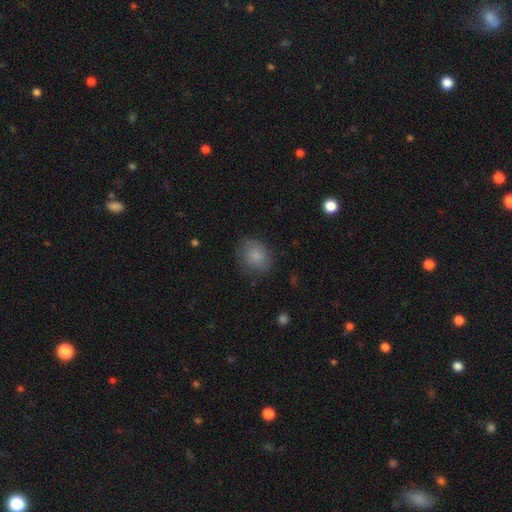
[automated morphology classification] smooth-or-featured: smooth: 83% | featured or disk: 9% | star or artifact: 8%
  how-rounded: round: 61% | in between: 38% | cigar-shaped: 1%
  merging: none: 77% | minor disturbance: 17% | major disturbance: 5% | merger: 1%